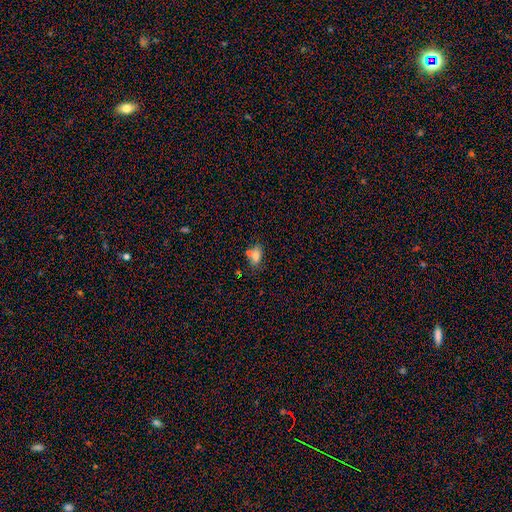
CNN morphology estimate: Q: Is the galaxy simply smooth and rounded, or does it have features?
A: smooth — 69%.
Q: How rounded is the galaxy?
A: in between — 80%.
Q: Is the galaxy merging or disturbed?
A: none — 61%.